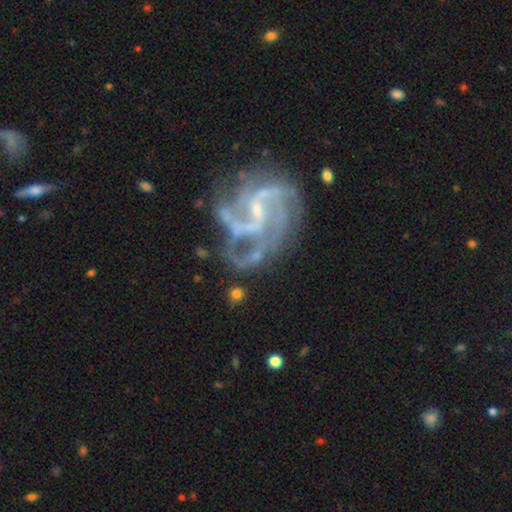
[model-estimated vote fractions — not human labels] smooth_or_featured: featured or disk (p=0.89) [alt: star or artifact p=0.07]
disk_edge_on: no (p=0.98) [alt: yes p=0.02]
bar: weak (p=0.50) [alt: no p=0.26]
has_spiral_arms: yes (p=0.95) [alt: no p=0.05]
spiral_winding: medium (p=0.54) [alt: tight p=0.24]
spiral_arm_count: 3 (p=0.32) [alt: 2 p=0.29]
bulge_size: small (p=0.69) [alt: moderate p=0.17]
merging: none (p=0.48) [alt: major disturbance p=0.25]